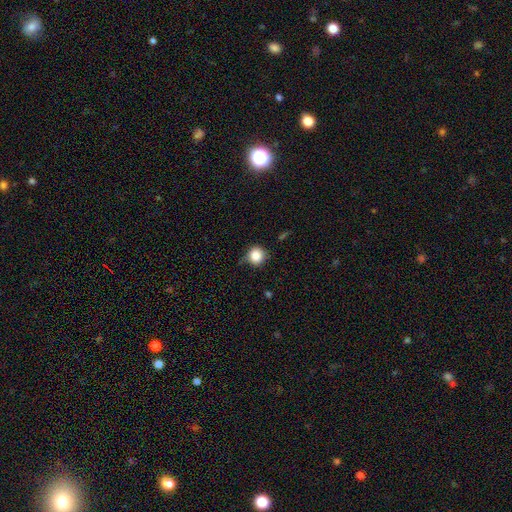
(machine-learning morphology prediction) Smooth or featured? smooth (85%)
How rounded? round (92%)
Merging? none (74%)